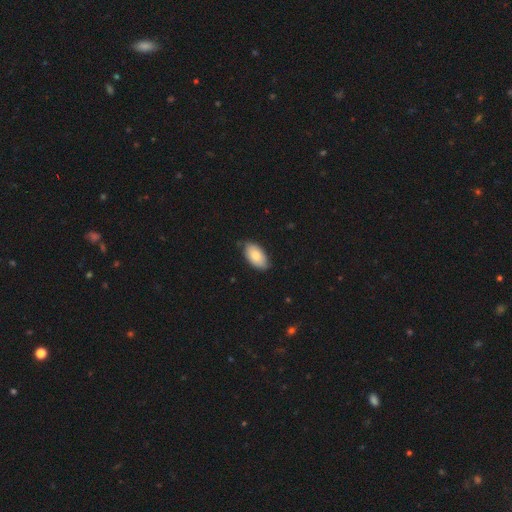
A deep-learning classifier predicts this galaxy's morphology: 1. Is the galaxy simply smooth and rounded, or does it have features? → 83% smooth, 11% featured or disk, 6% star or artifact.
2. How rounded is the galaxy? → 95% in between, 3% round, 2% cigar-shaped.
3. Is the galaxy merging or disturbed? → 80% none, 16% minor disturbance, 2% major disturbance, 1% merger.